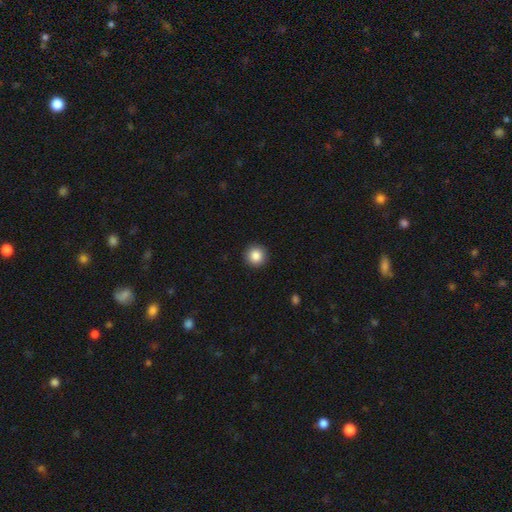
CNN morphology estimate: Smooth or featured?
  - smooth: 86% *
  - star or artifact: 9%
  - featured or disk: 5%
How rounded?
  - round: 95% *
  - in between: 4%
  - cigar-shaped: 1%
Merging?
  - none: 93% *
  - minor disturbance: 5%
  - major disturbance: 2%
  - merger: 1%